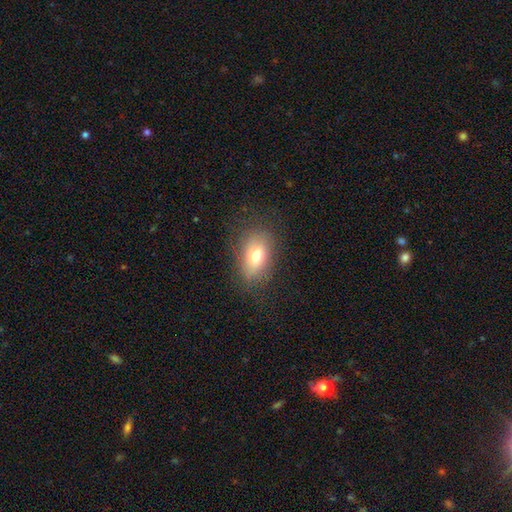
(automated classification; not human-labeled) smooth 73%, featured or disk 18%, star or artifact 9%. Down the decision tree: how rounded — in between (86%); merging — none (79%).